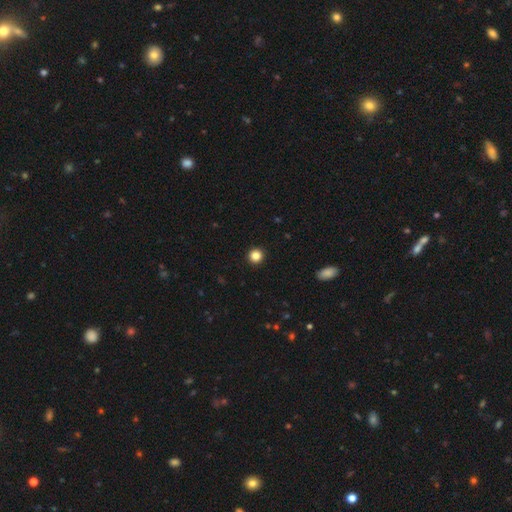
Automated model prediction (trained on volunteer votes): The model was most divided on "smooth or featured": smooth: 85%, star or artifact: 11%, featured or disk: 4%. More confident: how rounded — round (95%); merging — none (94%).